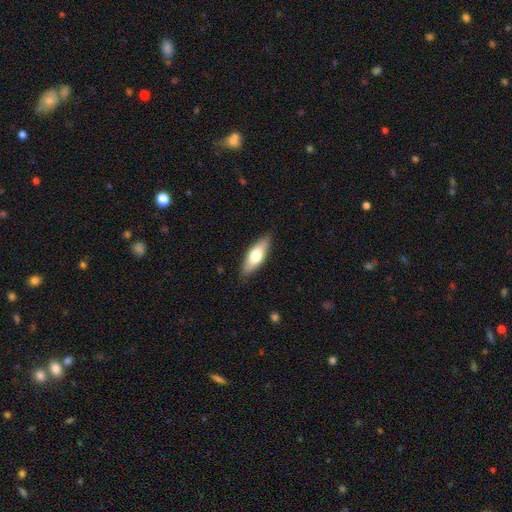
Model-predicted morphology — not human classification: This is likely a smooth galaxy (65%). How rounded: likely in between (61%). Merging: clearly none (87%).